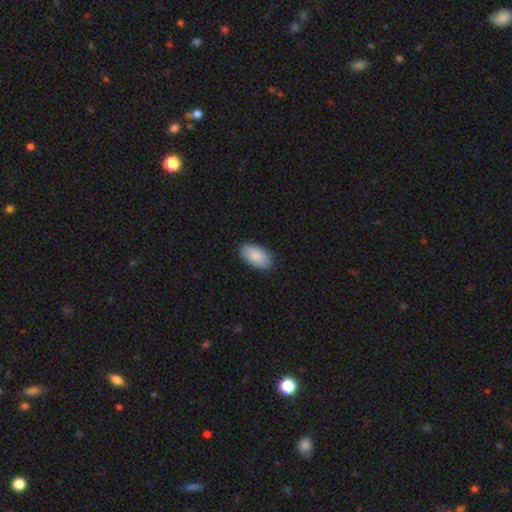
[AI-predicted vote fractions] A smooth galaxy with no disk features (88%) that is in between round and cigar-shaped (95%).

Vote fractions:
- Smooth or featured? smooth: 88% / featured or disk: 6% / star or artifact: 6%
- How rounded? in between: 95% / round: 3% / cigar-shaped: 2%
- Merging? none: 88% / minor disturbance: 10% / major disturbance: 2% / merger: 1%